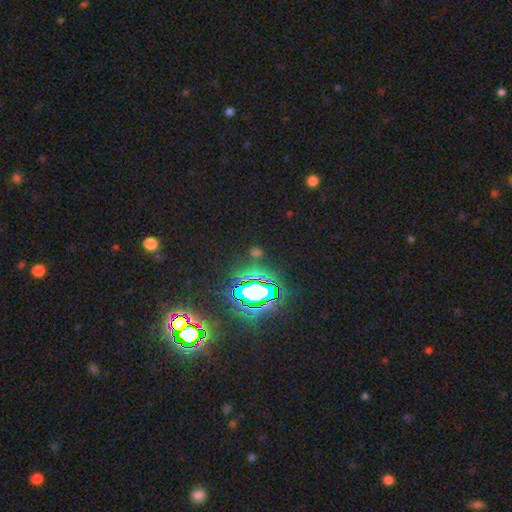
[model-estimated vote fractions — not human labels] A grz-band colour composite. It shows a star or artifact, not a galaxy (75%).